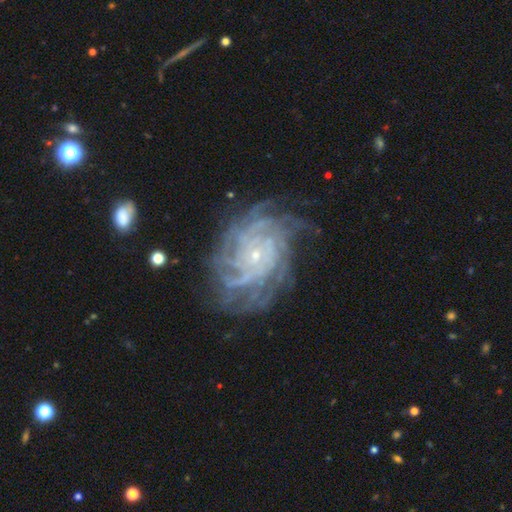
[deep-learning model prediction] This appears to be a featured or disk galaxy (90%) with no bar (76%), more than 4 (36%) tight (74%) spiral arms (98%) and a small central bulge (86%). Merging: none (73%).